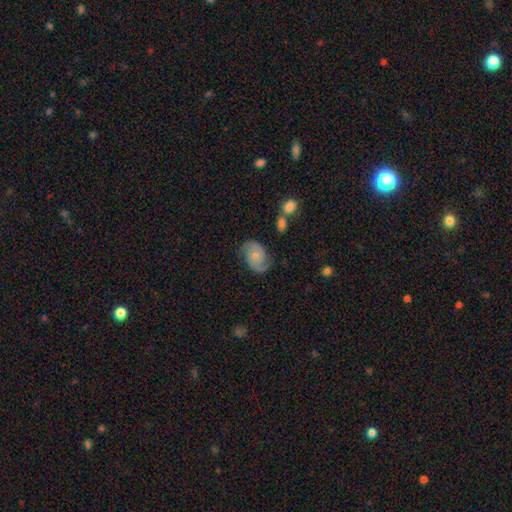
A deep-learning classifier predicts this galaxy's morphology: A featured or disk galaxy (67%) with no bar (73%), 2 (76%) medium (43%) spiral arms (90%) and a small central bulge (58%). Merging: none (67%).